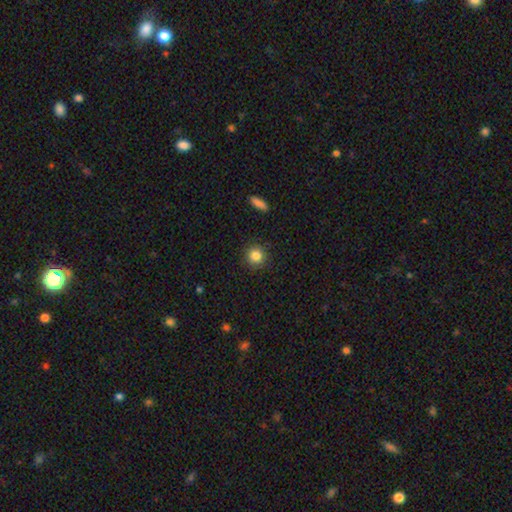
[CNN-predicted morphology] This is clearly a smooth galaxy (84%). How rounded: clearly round (92%). Merging: clearly none (90%).